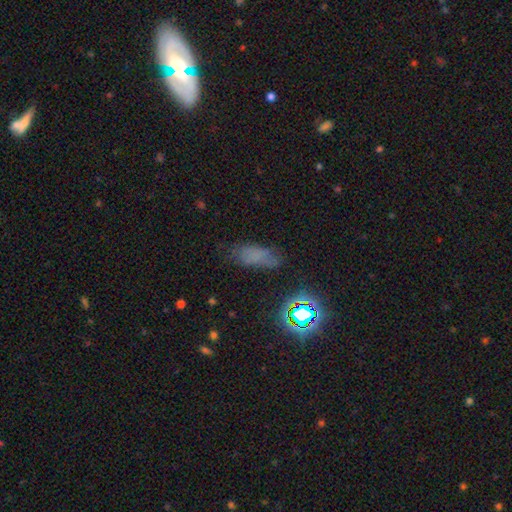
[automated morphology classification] A smooth galaxy with no disk features (58%) that is in between round and cigar-shaped (72%). Merging: none (64%).